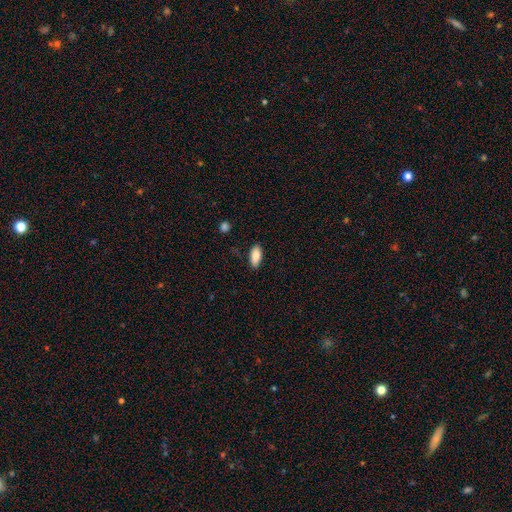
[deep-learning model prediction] Smooth or featured?
  - smooth: 88% *
  - star or artifact: 7%
  - featured or disk: 5%
How rounded?
  - in between: 87% *
  - cigar-shaped: 10%
  - round: 2%
Merging?
  - none: 85% *
  - minor disturbance: 12%
  - major disturbance: 2%
  - merger: 1%